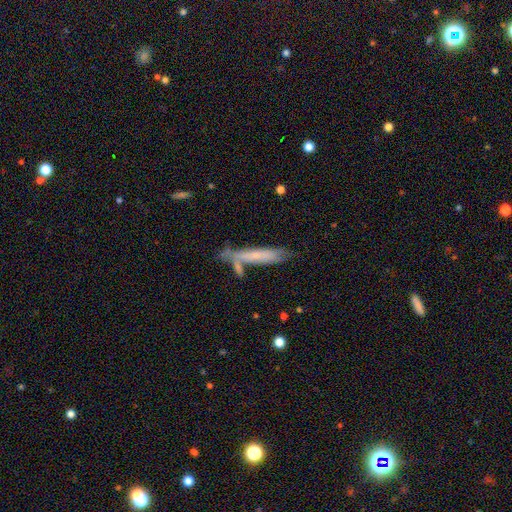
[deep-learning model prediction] This appears to be a smooth galaxy with no disk features (60%) that is cigar-shaped (89%). Merging: none (59%).